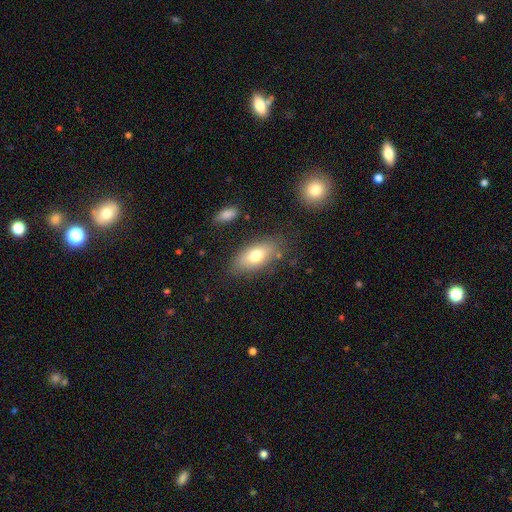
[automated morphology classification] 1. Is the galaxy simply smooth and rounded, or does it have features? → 73% smooth, 19% featured or disk, 8% star or artifact.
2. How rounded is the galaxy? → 87% in between, 8% cigar-shaped, 5% round.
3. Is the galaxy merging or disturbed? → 78% none, 14% minor disturbance, 4% major disturbance, 4% merger.